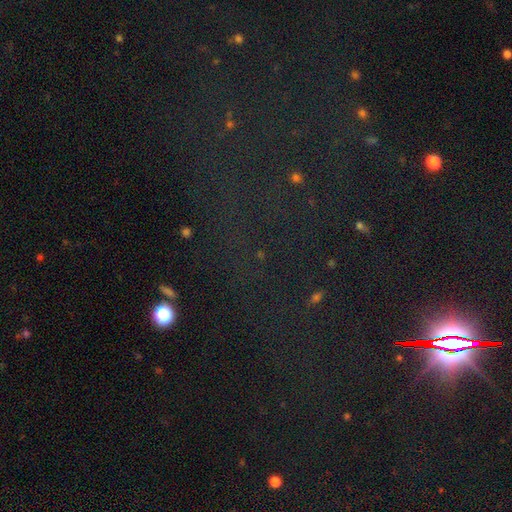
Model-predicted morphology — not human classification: Q: Smooth or featured?
A: star or artifact (77%); runner-up: smooth (13%)